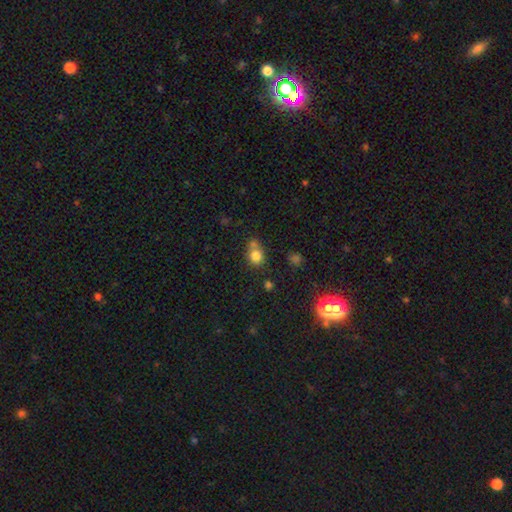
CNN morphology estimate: This appears to be a smooth galaxy with no disk features (80%) that is round (71%). Merging: none (51%).